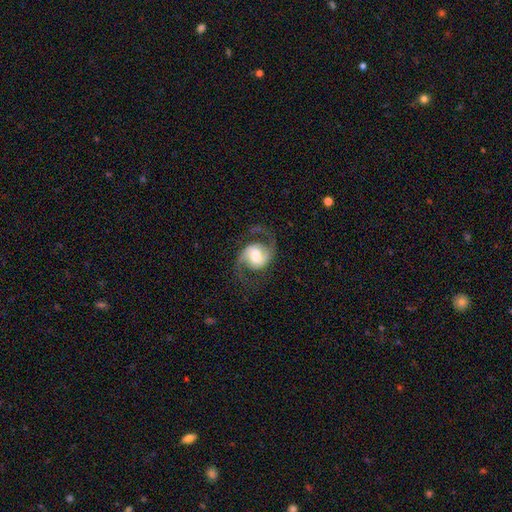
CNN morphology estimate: Smooth or featured? featured or disk (85%)
Edge-on disk? no (98%)
Bar? no (42%)
Spiral arms? yes (96%)
Spiral winding? medium (47%)
Spiral arm count? 2 (93%)
Bulge size? moderate (63%)
Merging? none (76%)